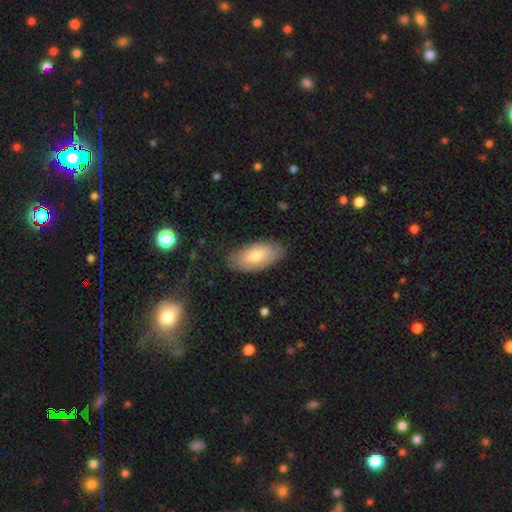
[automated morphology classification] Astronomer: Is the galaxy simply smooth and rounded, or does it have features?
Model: smooth — 75%.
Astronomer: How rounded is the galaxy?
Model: in between — 90%.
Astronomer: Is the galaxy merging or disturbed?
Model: none — 81%.